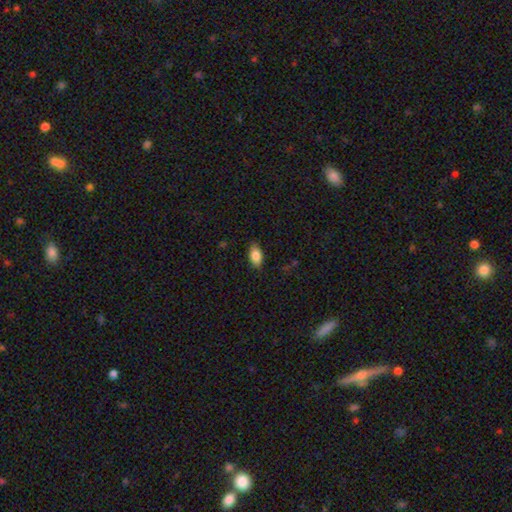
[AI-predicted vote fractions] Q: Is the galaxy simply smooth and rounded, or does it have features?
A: smooth — 84%.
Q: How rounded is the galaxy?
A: in between — 90%.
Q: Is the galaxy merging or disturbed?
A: none — 84%.